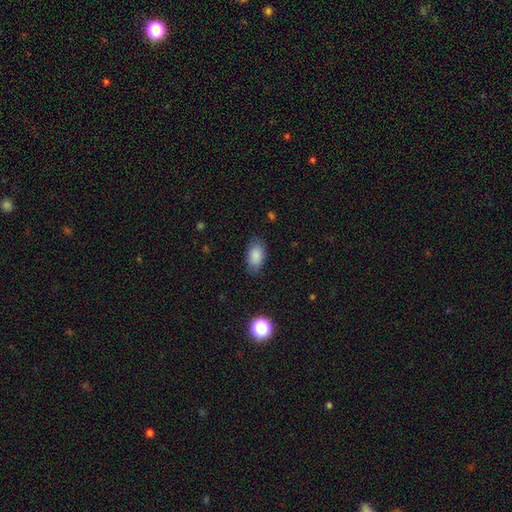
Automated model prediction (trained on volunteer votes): Q: Smooth or featured?
A: smooth (86%); runner-up: star or artifact (8%)
Q: How rounded?
A: in between (92%); runner-up: round (6%)
Q: Merging?
A: none (81%); runner-up: minor disturbance (14%)